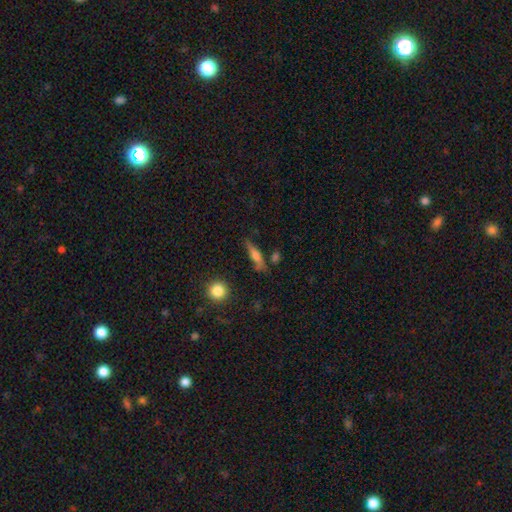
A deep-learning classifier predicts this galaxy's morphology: Smooth or featured? smooth (52%)
How rounded? cigar-shaped (71%)
Merging? none (71%)